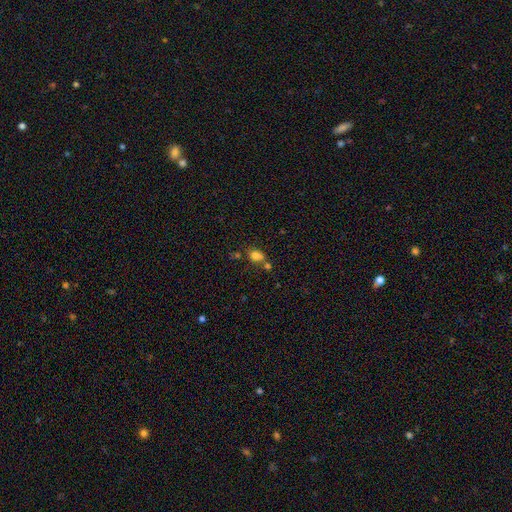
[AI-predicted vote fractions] smooth-or-featured: smooth: 77% | star or artifact: 14% | featured or disk: 9%
  how-rounded: round: 56% | in between: 42% | cigar-shaped: 1%
  merging: none: 45% | merger: 37% | minor disturbance: 13% | major disturbance: 6%